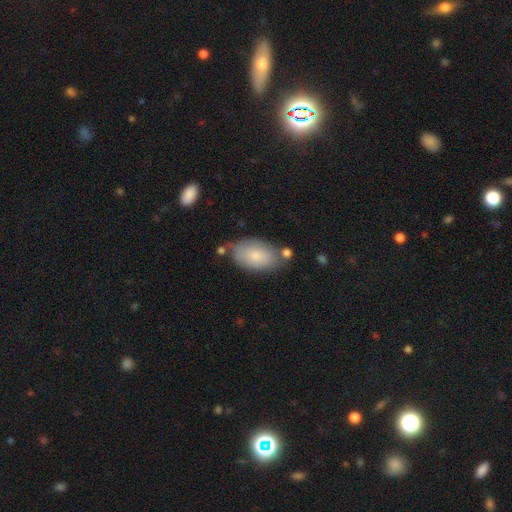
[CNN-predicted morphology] Smooth or featured: smooth — 80% (featured or disk — 14%)
How rounded: in between — 94% (round — 4%)
Merging: none — 65% (minor disturbance — 21%)